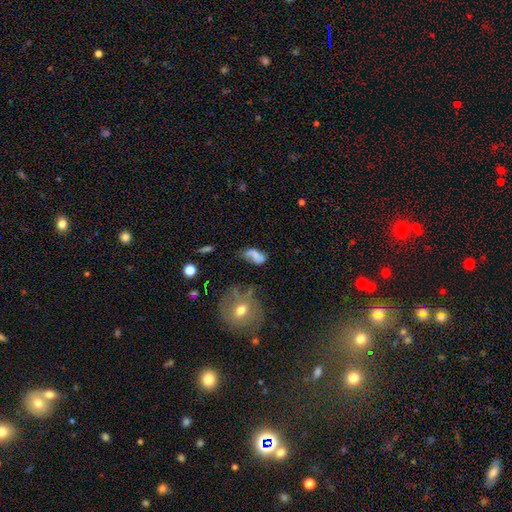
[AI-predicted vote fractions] A smooth galaxy with no disk features (50%) that is in between round and cigar-shaped (83%). Merging: none (35%).